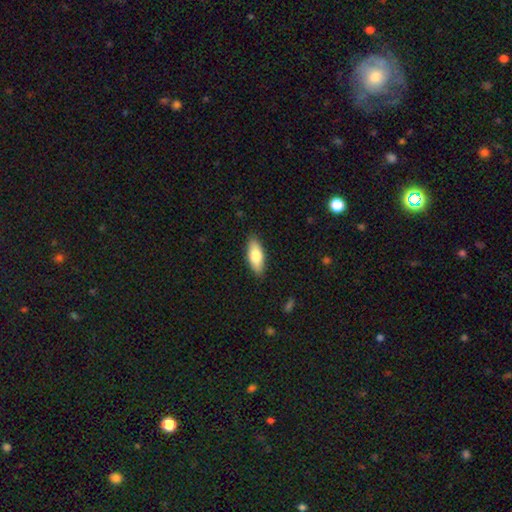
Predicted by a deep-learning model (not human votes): smooth-or-featured: smooth: 74% | featured or disk: 20% | star or artifact: 6%
  how-rounded: in between: 75% | cigar-shaped: 22% | round: 2%
  merging: none: 88% | minor disturbance: 9% | major disturbance: 2% | merger: 1%